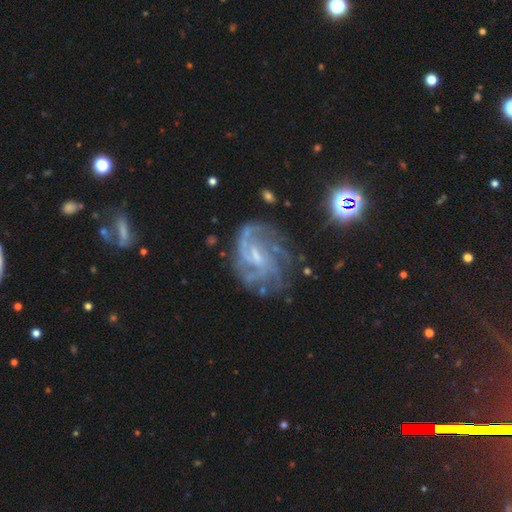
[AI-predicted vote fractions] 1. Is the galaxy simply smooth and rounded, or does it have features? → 84% featured or disk, 9% star or artifact, 7% smooth.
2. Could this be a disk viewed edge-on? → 98% no, 2% yes.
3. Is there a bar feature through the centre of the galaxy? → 56% weak, 30% no, 14% strong.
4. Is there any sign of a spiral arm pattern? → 94% yes, 6% no.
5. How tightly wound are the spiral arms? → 43% medium, 38% tight, 18% loose.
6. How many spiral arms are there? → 33% can't tell, 21% 3, 18% 4, 14% 2, 8% more than 4, 7% 1.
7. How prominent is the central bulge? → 54% small, 24% moderate, 20% none, 2% large, 1% dominant.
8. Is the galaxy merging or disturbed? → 60% none, 20% minor disturbance, 17% major disturbance, 3% merger.